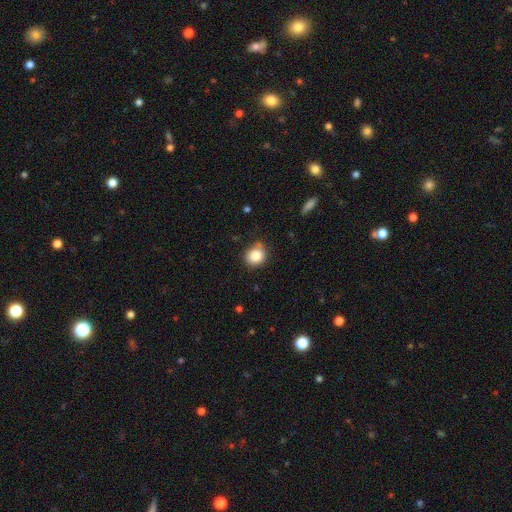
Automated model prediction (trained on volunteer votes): Smooth or featured? smooth (85%)
How rounded? round (80%)
Merging? none (76%)